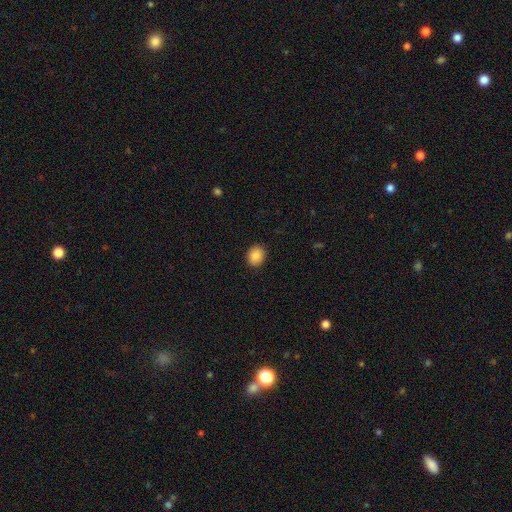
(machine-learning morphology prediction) A smooth galaxy with no disk features (87%) that is round (58%).

Vote fractions:
- Smooth or featured? smooth: 87% / star or artifact: 8% / featured or disk: 5%
- How rounded? round: 58% / in between: 41% / cigar-shaped: 1%
- Merging? none: 91% / minor disturbance: 6% / major disturbance: 2% / merger: 1%